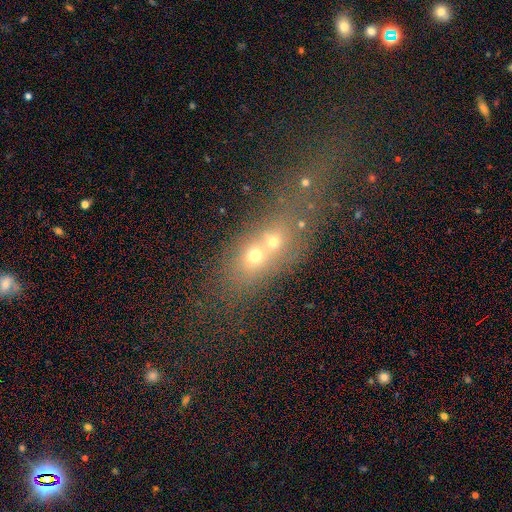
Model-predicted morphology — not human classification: A smooth galaxy with no disk features (54%) that is in between round and cigar-shaped (51%). Merging: merger (67%).